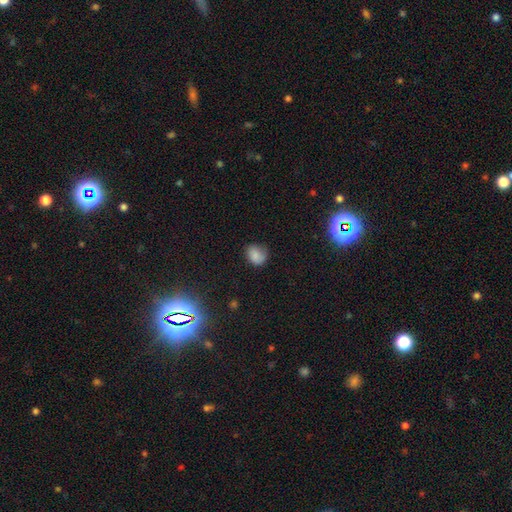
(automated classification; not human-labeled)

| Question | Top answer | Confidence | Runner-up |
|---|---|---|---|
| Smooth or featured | smooth | 83% | star or artifact (10%) |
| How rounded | round | 57% | in between (42%) |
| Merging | none | 64% | minor disturbance (27%) |